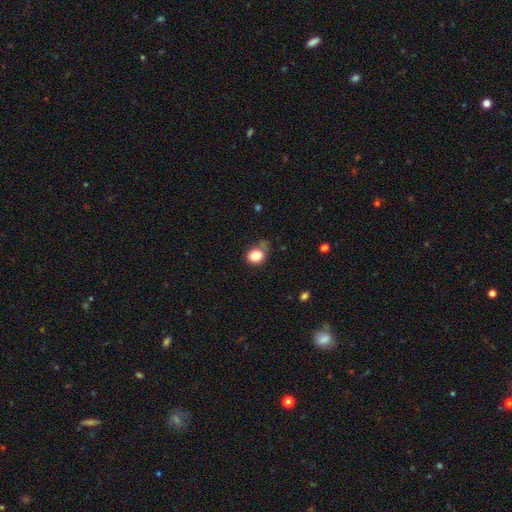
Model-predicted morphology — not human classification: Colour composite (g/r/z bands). It shows a smooth galaxy with no disk features (83%) that is round (64%). Merging: none (54%).